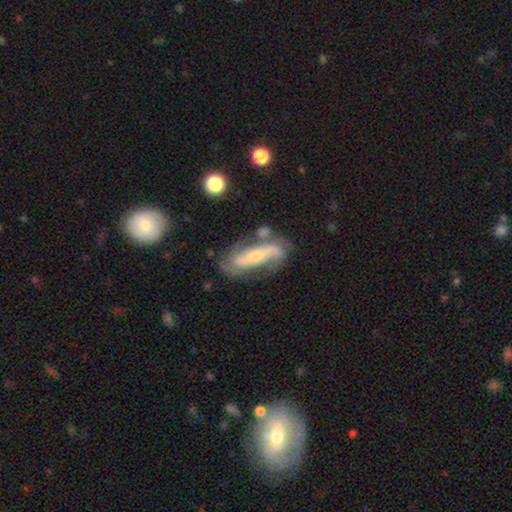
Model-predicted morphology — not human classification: A featured or disk galaxy (78%) with a strong bar (41%), 2 (82%) medium (40%) spiral arms (92%) and a small central bulge (57%).

Vote fractions:
- Smooth or featured? featured or disk: 78% / smooth: 15% / star or artifact: 6%
- Edge-on disk? no: 85% / yes: 15%
- Bar? strong: 41% / no: 34% / weak: 25%
- Spiral arms? yes: 92% / no: 8%
- Spiral winding? medium: 40% / loose: 33% / tight: 27%
- Spiral arm count? 2: 82% / can't tell: 10% / 1: 3% / 3: 3% / 4: 1% / more than 4: 1%
- Bulge size? small: 57% / moderate: 37% / large: 3% / none: 2% / dominant: 1%
- Merging? none: 62% / minor disturbance: 20% / major disturbance: 10% / merger: 8%